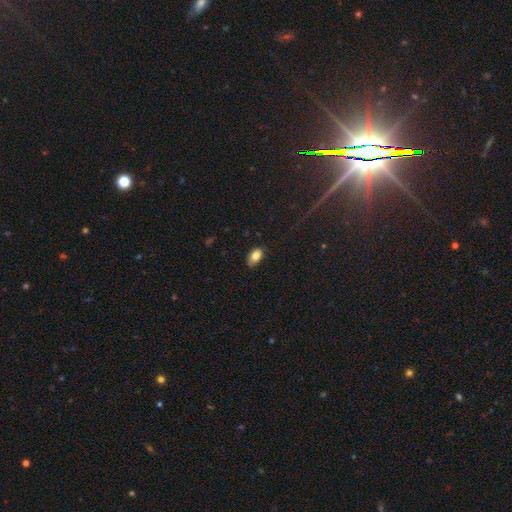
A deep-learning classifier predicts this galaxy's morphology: Smooth or featured? smooth (81%)
How rounded? in between (91%)
Merging? none (74%)